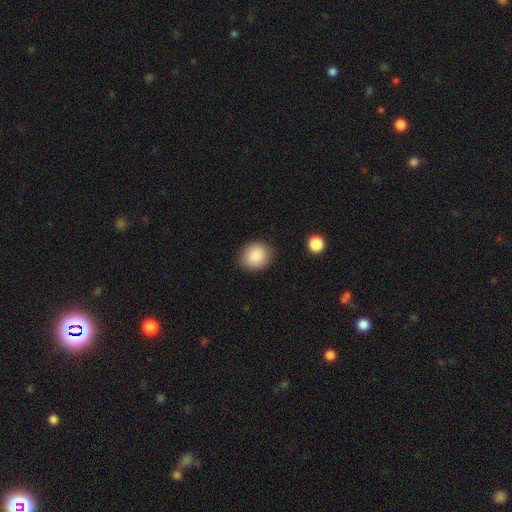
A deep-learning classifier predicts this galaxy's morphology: Overall: smooth (88%). How rounded: round (79%). Merging: none (87%).